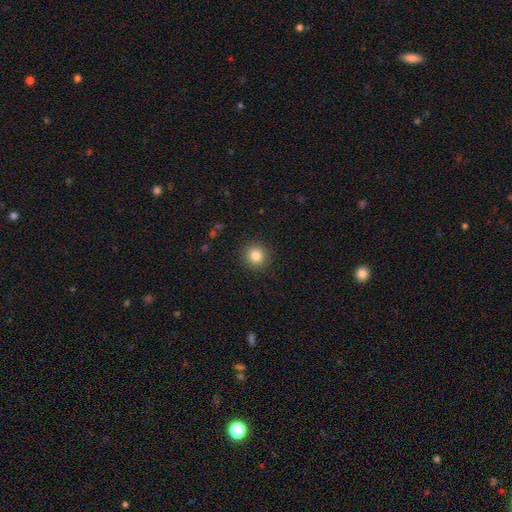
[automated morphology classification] Smooth or featured? smooth (83%)
How rounded? round (92%)
Merging? none (91%)